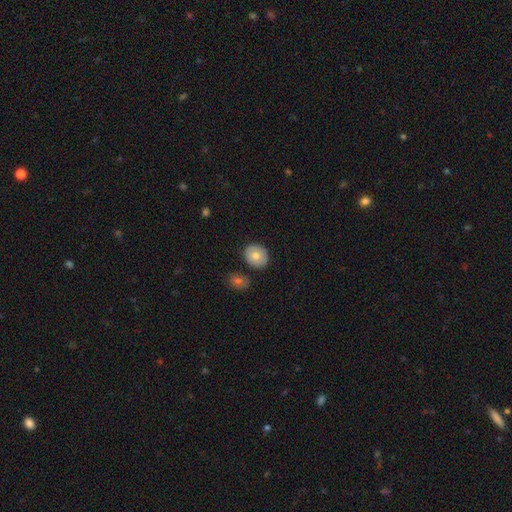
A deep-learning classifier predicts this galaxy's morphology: Overall: smooth (77%). How rounded: round (62%; in between 37%). Merging: none (82%).